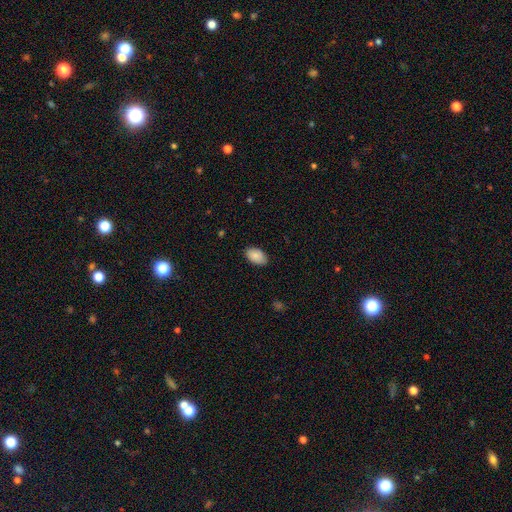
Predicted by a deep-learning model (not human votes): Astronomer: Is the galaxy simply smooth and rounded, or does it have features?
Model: smooth — 87%.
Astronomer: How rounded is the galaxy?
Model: in between — 92%.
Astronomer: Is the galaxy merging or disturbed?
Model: none — 85%.